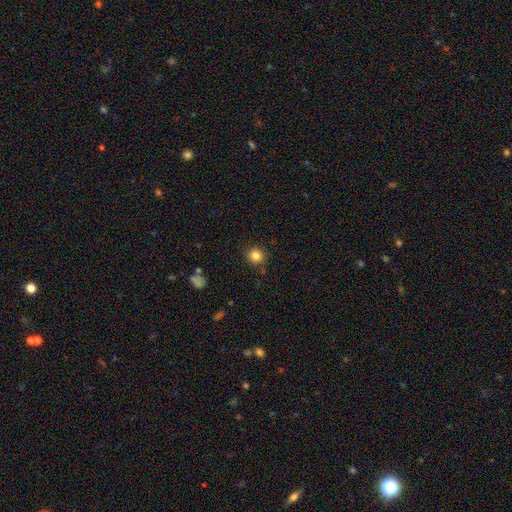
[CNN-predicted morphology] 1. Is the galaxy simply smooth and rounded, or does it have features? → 83% smooth, 12% star or artifact, 5% featured or disk.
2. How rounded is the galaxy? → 91% round, 8% in between, 1% cigar-shaped.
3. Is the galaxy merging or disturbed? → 88% none, 8% minor disturbance, 2% major disturbance, 2% merger.